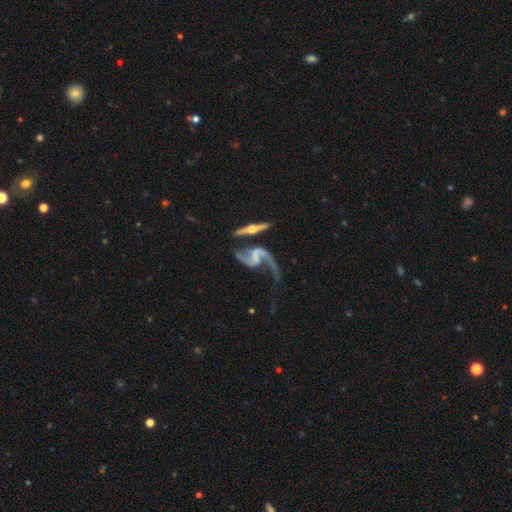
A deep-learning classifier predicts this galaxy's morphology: type=featured or disk (88%); edge-on=no (92%); bar=weak (40%); spiral arms=yes (92%); winding=loose (76%); arm count=2 (82%); bulge=none (42%); merging=none (38%).